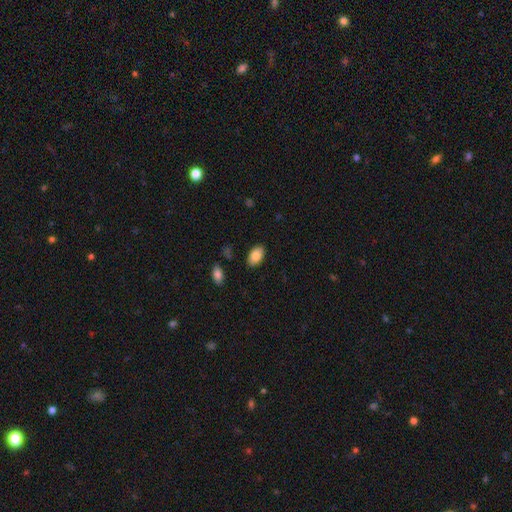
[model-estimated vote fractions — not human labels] This appears to be a smooth galaxy with no disk features (86%) that is in between round and cigar-shaped (93%). Merging: none (87%).